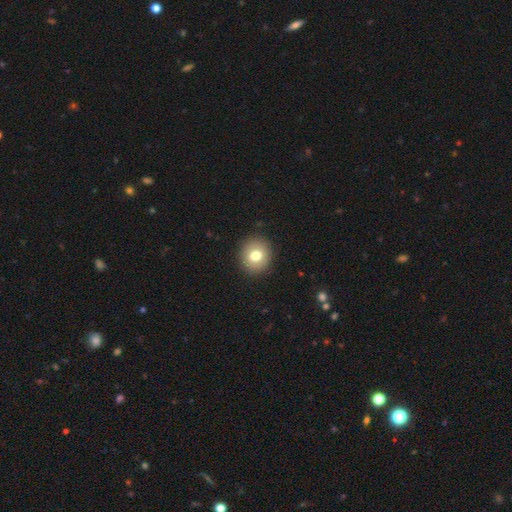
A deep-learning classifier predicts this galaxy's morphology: Q: Smooth or featured?
A: smooth (76%); runner-up: featured or disk (14%)
Q: How rounded?
A: round (81%); runner-up: in between (18%)
Q: Merging?
A: none (91%); runner-up: minor disturbance (6%)